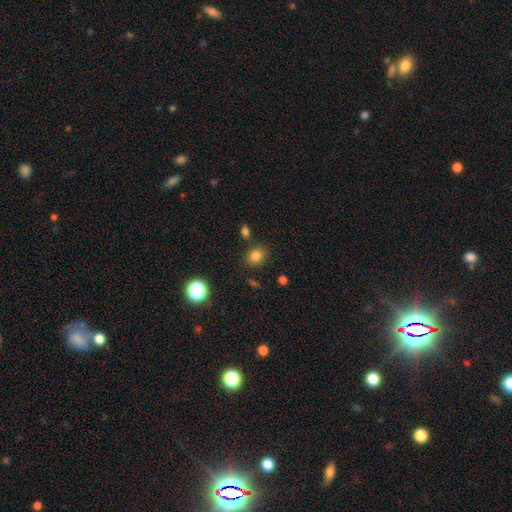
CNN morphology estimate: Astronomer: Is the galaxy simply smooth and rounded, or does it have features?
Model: smooth — 81%.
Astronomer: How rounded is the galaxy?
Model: round — 56% (runner-up: in between, 43%).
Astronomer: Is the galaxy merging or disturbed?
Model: none — 79%.